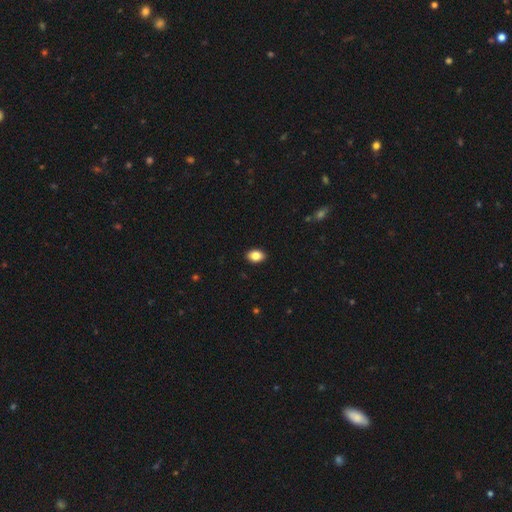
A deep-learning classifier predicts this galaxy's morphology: Smooth or featured? Predicted: smooth (p=0.85). How rounded? Predicted: in between (p=0.81). Merging? Predicted: none (p=0.90).